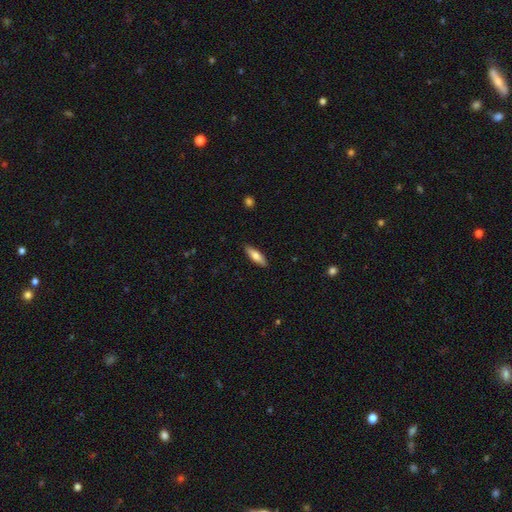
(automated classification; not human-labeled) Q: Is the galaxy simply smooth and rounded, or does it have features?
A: smooth — 66%.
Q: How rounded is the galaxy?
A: cigar-shaped — 55%.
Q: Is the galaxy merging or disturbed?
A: none — 88%.